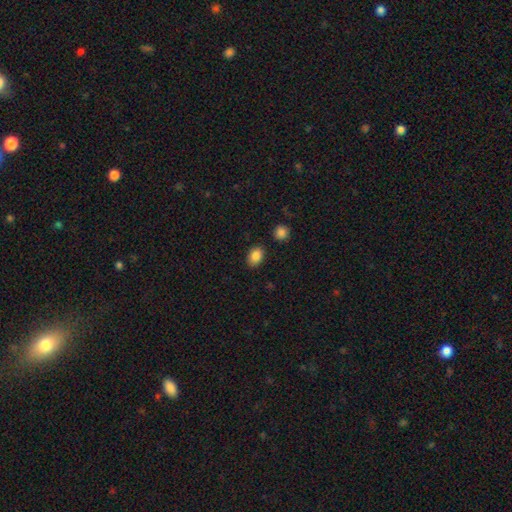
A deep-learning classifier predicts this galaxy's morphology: Q: Smooth or featured?
A: smooth (86%); runner-up: star or artifact (9%)
Q: How rounded?
A: in between (76%); runner-up: round (23%)
Q: Merging?
A: none (86%); runner-up: minor disturbance (9%)